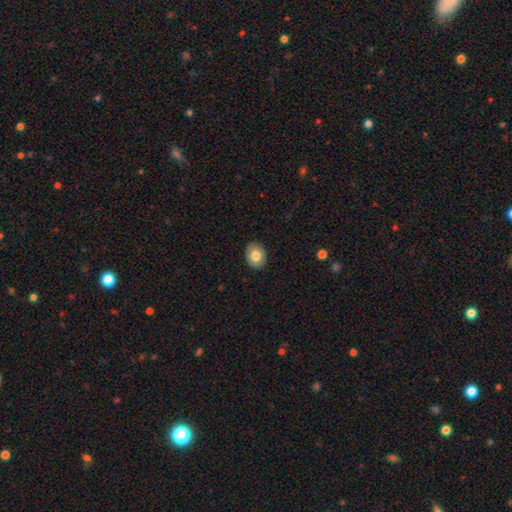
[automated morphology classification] Smooth or featured?
  - smooth: 76% *
  - featured or disk: 16%
  - star or artifact: 7%
How rounded?
  - in between: 67% *
  - round: 33%
  - cigar-shaped: 1%
Merging?
  - none: 88% *
  - minor disturbance: 9%
  - major disturbance: 2%
  - merger: 1%